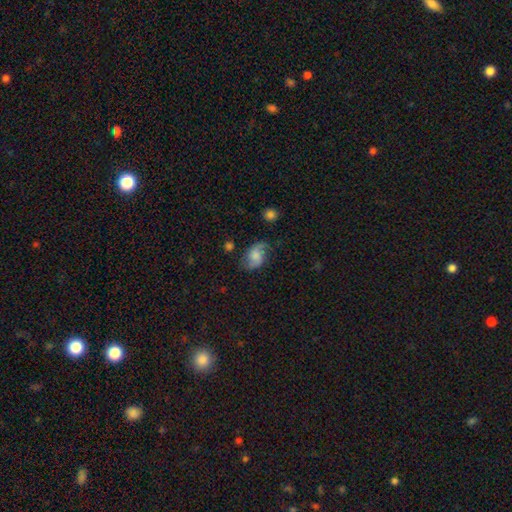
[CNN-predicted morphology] Smooth or featured: featured or disk — 54% (smooth — 37%)
Edge-on disk: no — 97% (yes — 3%)
Bar: no — 59% (weak — 34%)
Spiral arms: yes — 90% (no — 10%)
Bulge size: moderate — 31% (small — 26%)
Merging: none — 65% (minor disturbance — 24%)